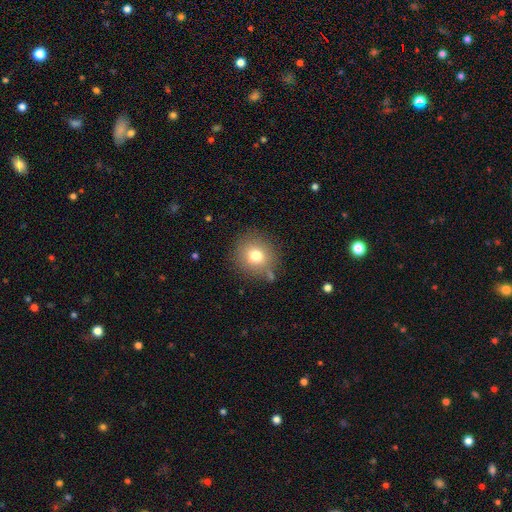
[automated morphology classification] A smooth galaxy with no disk features (75%) that is round (87%).

Vote fractions:
- Smooth or featured? smooth: 75% / star or artifact: 13% / featured or disk: 12%
- How rounded? round: 87% / in between: 12% / cigar-shaped: 1%
- Merging? none: 80% / minor disturbance: 12% / merger: 4% / major disturbance: 4%